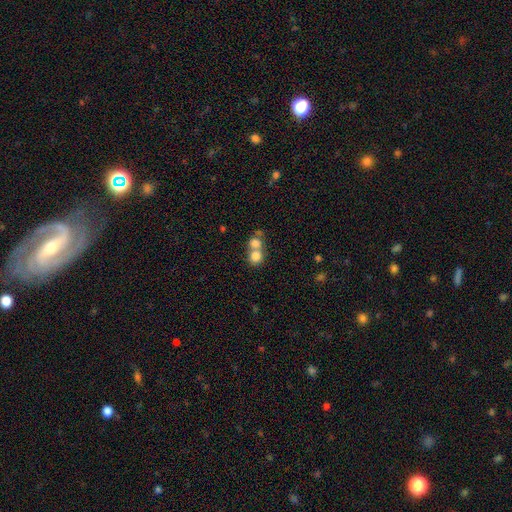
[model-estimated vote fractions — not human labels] The model was most divided on "merging": merger: 59%, none: 33%, minor disturbance: 5%, major disturbance: 3%. More confident: how rounded — round (81%); smooth or featured — smooth (78%).